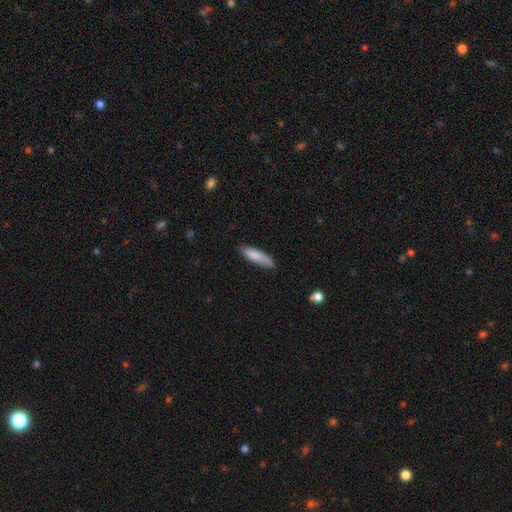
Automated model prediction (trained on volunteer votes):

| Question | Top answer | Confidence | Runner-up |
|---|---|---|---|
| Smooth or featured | smooth | 83% | featured or disk (11%) |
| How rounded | cigar-shaped | 68% | in between (31%) |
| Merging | none | 79% | minor disturbance (17%) |